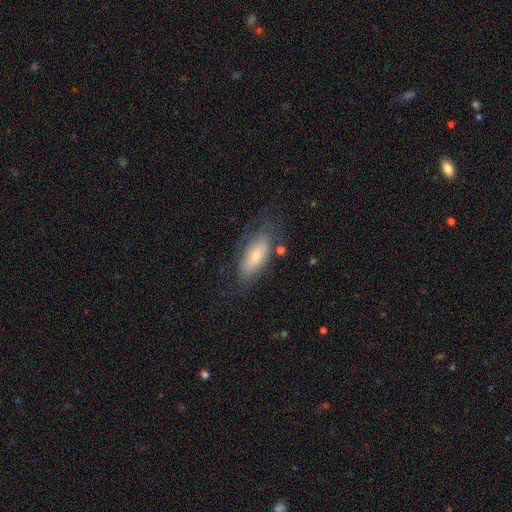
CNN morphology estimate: smooth_or_featured: smooth (p=0.59) [alt: featured or disk p=0.34]
how_rounded: in between (p=0.81) [alt: cigar-shaped p=0.16]
merging: none (p=0.62) [alt: minor disturbance p=0.23]